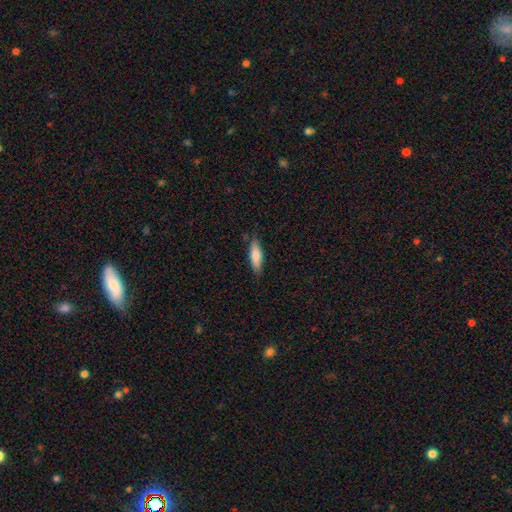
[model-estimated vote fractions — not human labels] Smooth or featured? Predicted: smooth (p=0.76). How rounded? Predicted: cigar-shaped (p=0.57). Merging? Predicted: none (p=0.84).